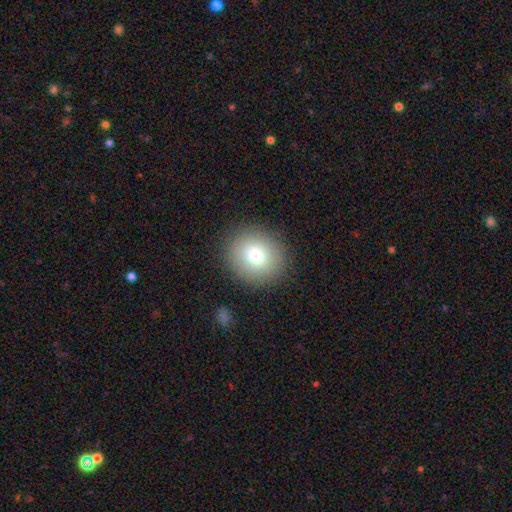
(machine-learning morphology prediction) smooth 75%, featured or disk 13%, star or artifact 12%. Down the decision tree: how rounded — round (84%); merging — none (89%).